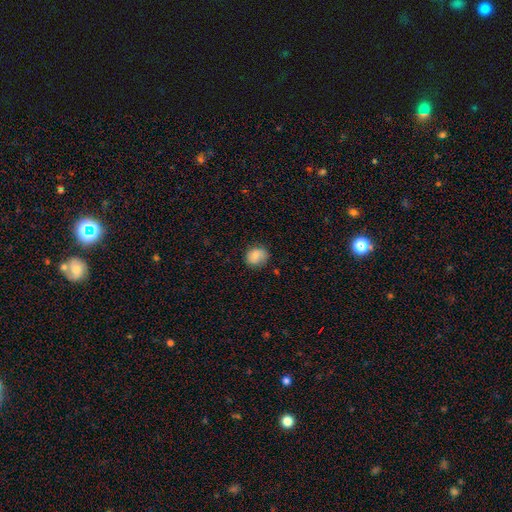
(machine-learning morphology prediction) This appears to be a smooth galaxy with no disk features (79%) that is round (73%). Merging: none (75%).